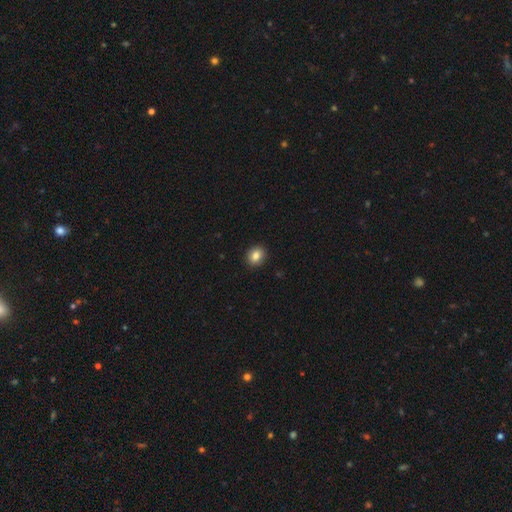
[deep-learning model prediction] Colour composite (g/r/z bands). It shows a smooth galaxy with no disk features (85%) that is round (60%). Merging: none (92%).